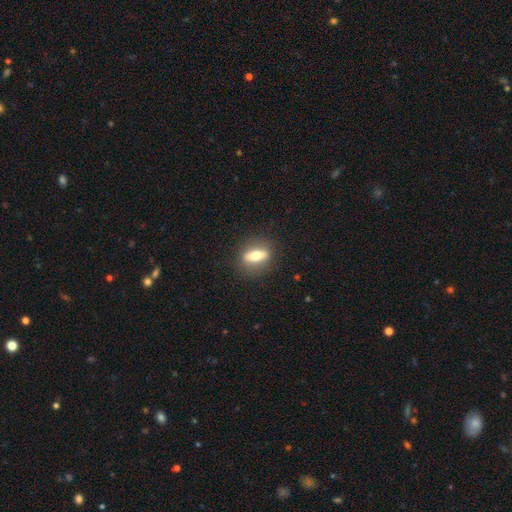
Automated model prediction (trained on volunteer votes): Smooth or featured: smooth — 54% (featured or disk — 38%)
How rounded: in between — 57% (cigar-shaped — 29%)
Merging: none — 85% (minor disturbance — 10%)